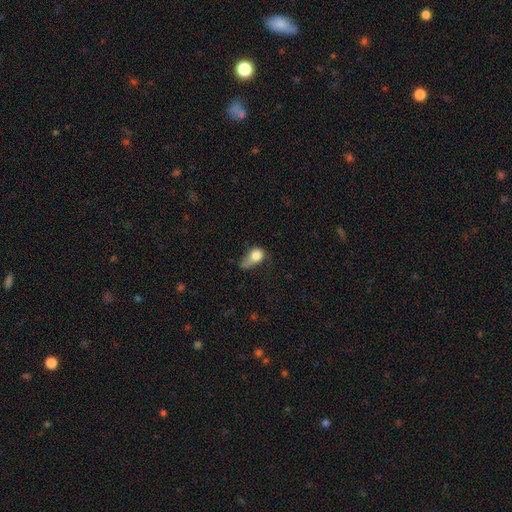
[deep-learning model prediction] A smooth galaxy with no disk features (78%) that is in between round and cigar-shaped (70%).

Vote fractions:
- Smooth or featured? smooth: 78% / featured or disk: 13% / star or artifact: 9%
- How rounded? in between: 70% / round: 27% / cigar-shaped: 3%
- Merging? major disturbance: 36% / minor disturbance: 35% / none: 20% / merger: 9%